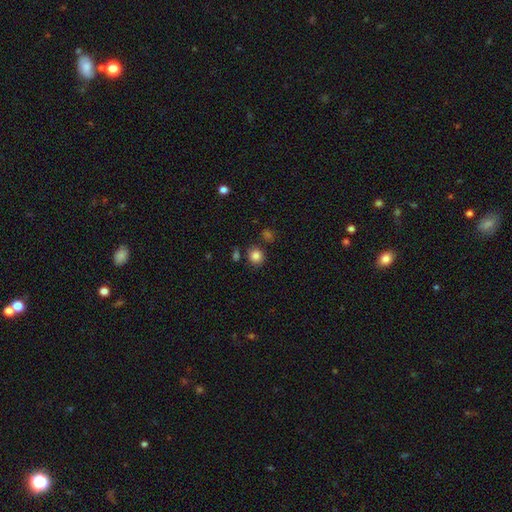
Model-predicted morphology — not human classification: Smooth or featured: smooth — 84% (star or artifact — 11%)
How rounded: round — 88% (in between — 11%)
Merging: none — 81% (minor disturbance — 10%)